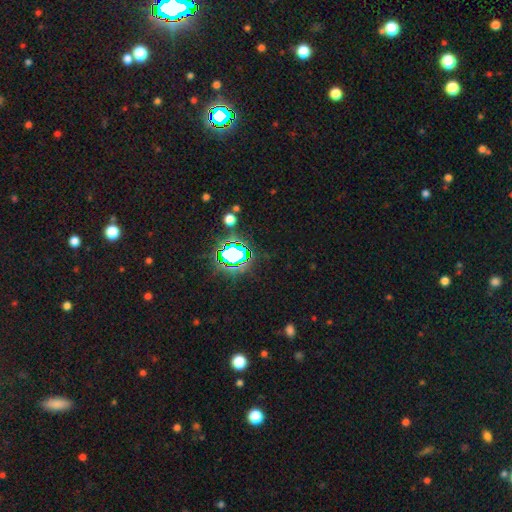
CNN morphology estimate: Smooth or featured? Predicted: star or artifact (p=0.78).